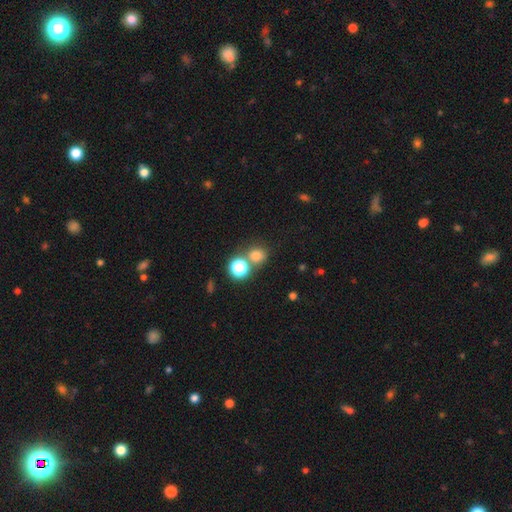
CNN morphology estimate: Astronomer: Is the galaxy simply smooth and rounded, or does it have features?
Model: smooth — 73%.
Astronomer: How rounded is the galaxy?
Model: round — 80%.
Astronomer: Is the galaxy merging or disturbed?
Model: none — 64%.